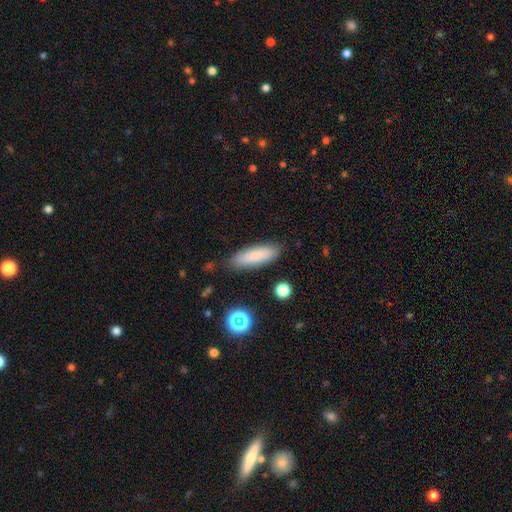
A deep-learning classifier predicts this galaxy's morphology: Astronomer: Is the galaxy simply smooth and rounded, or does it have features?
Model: smooth — 82%.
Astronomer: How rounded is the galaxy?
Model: cigar-shaped — 51% (runner-up: in between, 47%).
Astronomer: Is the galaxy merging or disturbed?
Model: none — 85%.